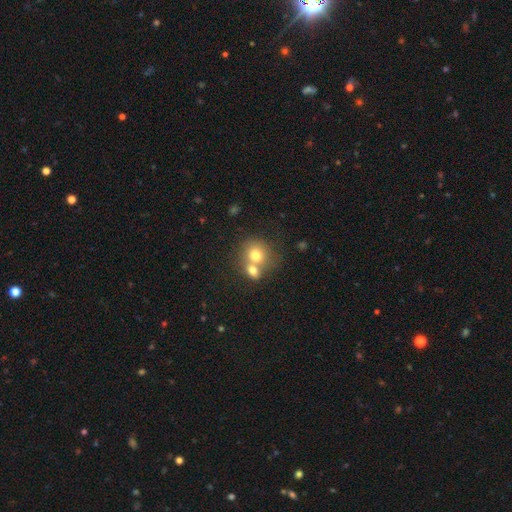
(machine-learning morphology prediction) This is likely a smooth galaxy (73%). How rounded: likely round (74%). Merging: possibly merger (57%).